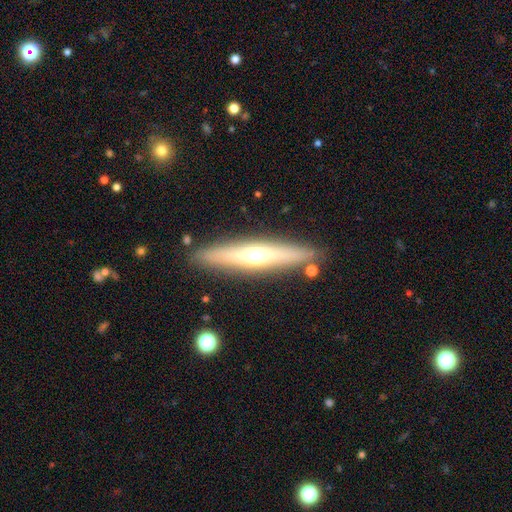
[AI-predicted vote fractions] This appears to be a featured or disk galaxy (57%) viewed edge-on (91%) with a rounded central bulge (87%). Merging: none (87%).